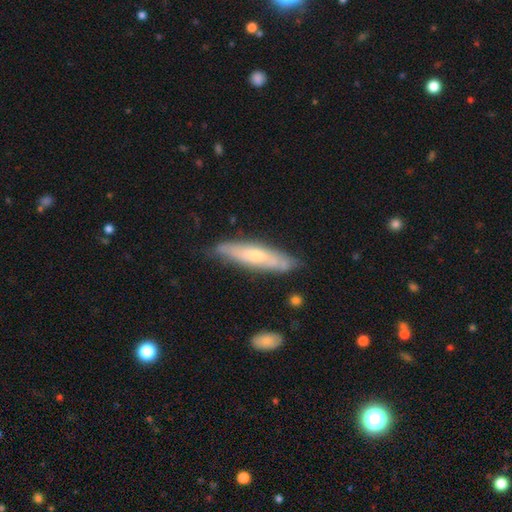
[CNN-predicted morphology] Smooth or featured? featured or disk (48%)
Merging? none (71%)